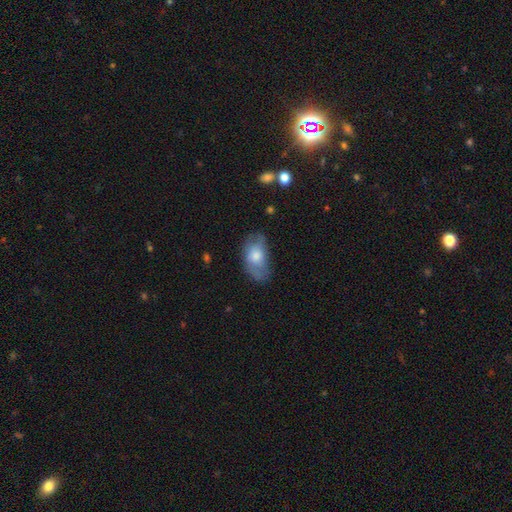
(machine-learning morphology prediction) Smooth or featured: smooth — 65% (featured or disk — 28%)
How rounded: in between — 91% (round — 7%)
Merging: none — 59% (minor disturbance — 28%)